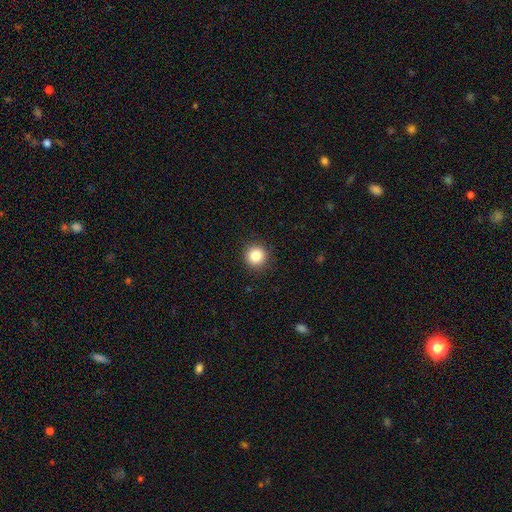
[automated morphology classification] Smooth or featured: smooth — 85% (star or artifact — 10%)
How rounded: round — 94% (in between — 5%)
Merging: none — 92% (minor disturbance — 5%)